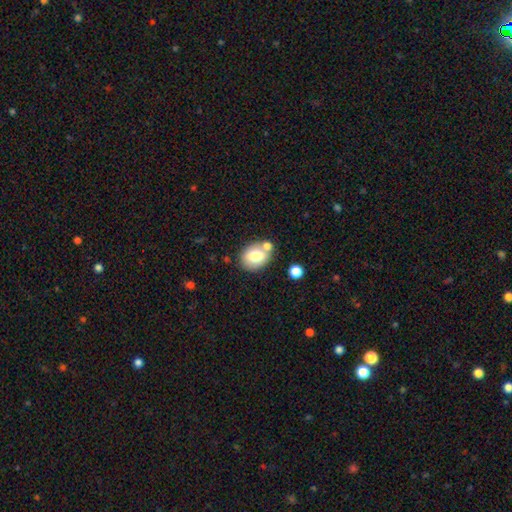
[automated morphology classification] smooth 75%, featured or disk 17%, star or artifact 9%. Down the decision tree: how rounded — in between (58%); merging — none (62%).